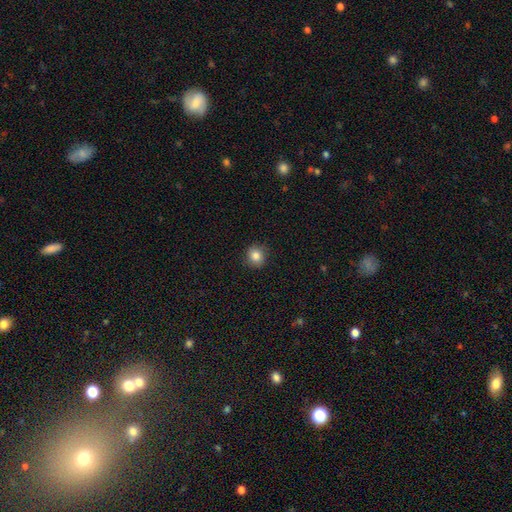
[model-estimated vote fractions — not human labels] smooth-or-featured: smooth: 84% | star or artifact: 10% | featured or disk: 6%
  how-rounded: round: 85% | in between: 14% | cigar-shaped: 1%
  merging: none: 88% | minor disturbance: 9% | major disturbance: 2% | merger: 1%